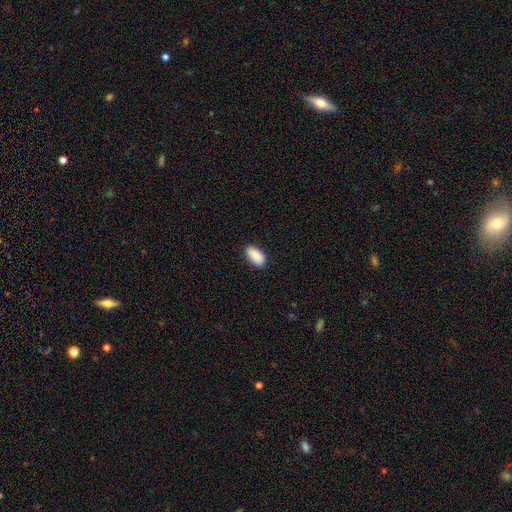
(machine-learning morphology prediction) smooth-or-featured: smooth: 90% | star or artifact: 6% | featured or disk: 3%
  how-rounded: in between: 93% | cigar-shaped: 4% | round: 3%
  merging: none: 86% | minor disturbance: 11% | major disturbance: 2% | merger: 1%